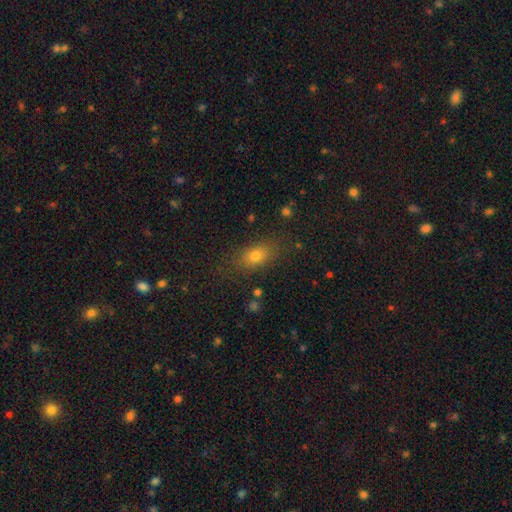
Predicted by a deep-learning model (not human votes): This appears to be a smooth galaxy with no disk features (75%) that is in between round and cigar-shaped (75%). Merging: none (81%).